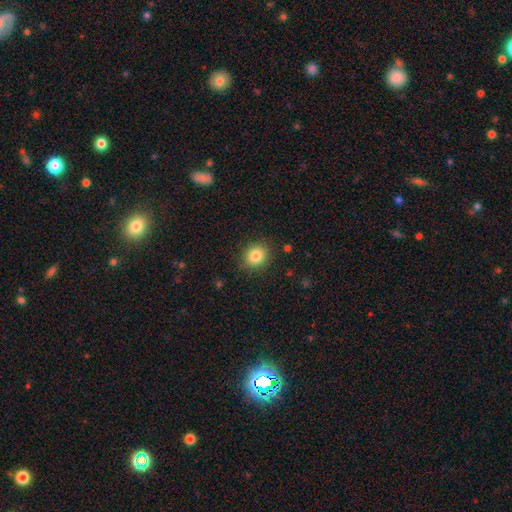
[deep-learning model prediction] smooth_or_featured: smooth (p=0.84) [alt: star or artifact p=0.10]
how_rounded: round (p=0.70) [alt: in between p=0.29]
merging: none (p=0.87) [alt: minor disturbance p=0.09]